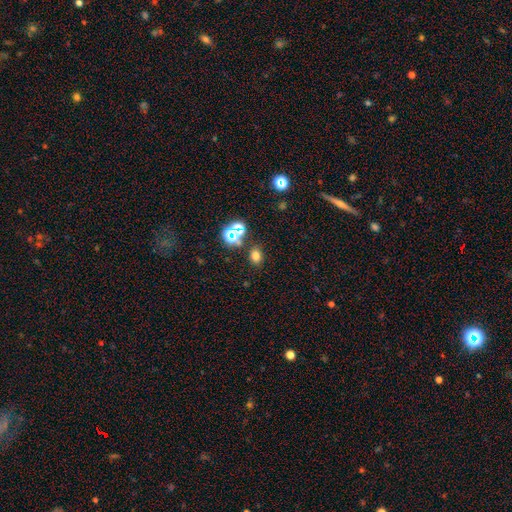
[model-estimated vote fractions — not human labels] A smooth galaxy with no disk features (69%) that is in between round and cigar-shaped (50%). Merging: none (82%).